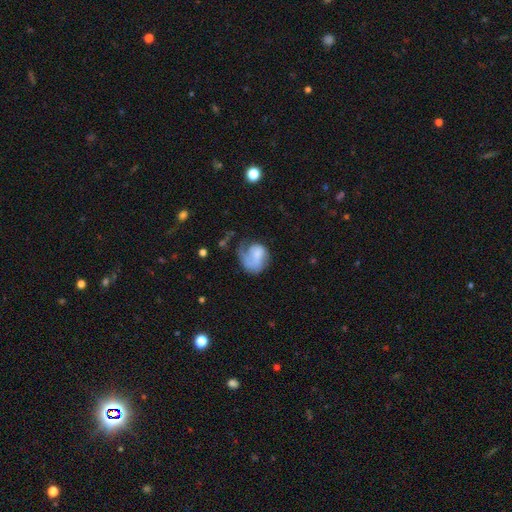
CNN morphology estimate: Smooth or featured? featured or disk (48%)
Merging? major disturbance (42%)